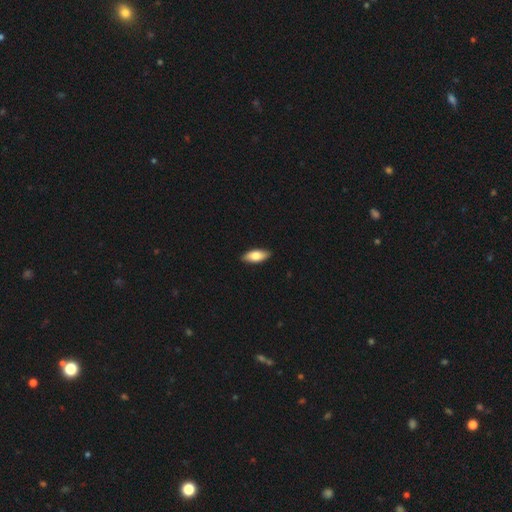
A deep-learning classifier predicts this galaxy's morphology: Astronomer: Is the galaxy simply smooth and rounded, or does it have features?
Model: smooth — 78%.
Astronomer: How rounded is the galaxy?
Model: in between — 85%.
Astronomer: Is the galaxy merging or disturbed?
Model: none — 89%.